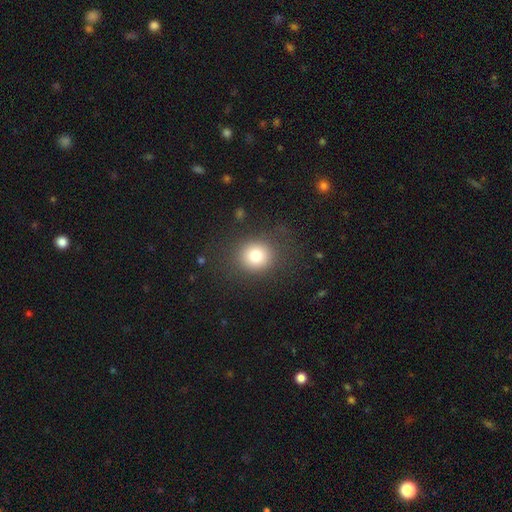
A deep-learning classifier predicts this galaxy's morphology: smooth-or-featured: smooth: 79% | star or artifact: 12% | featured or disk: 10%
  how-rounded: round: 82% | in between: 17% | cigar-shaped: 1%
  merging: none: 81% | minor disturbance: 10% | major disturbance: 7% | merger: 1%